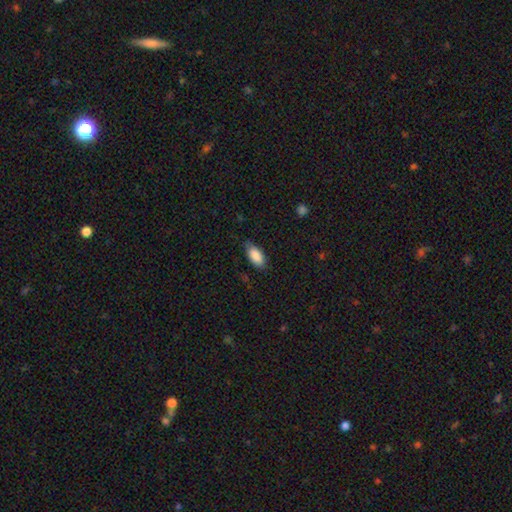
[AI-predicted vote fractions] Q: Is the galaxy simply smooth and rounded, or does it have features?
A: smooth — 87%.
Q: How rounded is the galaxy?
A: in between — 91%.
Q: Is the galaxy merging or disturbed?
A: none — 71%.